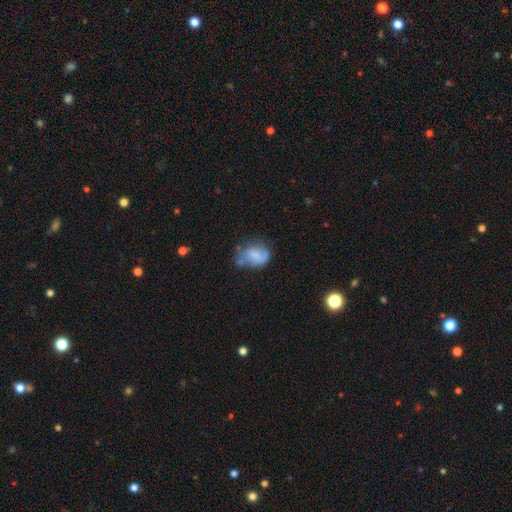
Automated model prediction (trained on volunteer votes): Smooth or featured? Predicted: smooth (p=0.54). How rounded? Predicted: in between (p=0.62). Merging? Predicted: none (p=0.38).